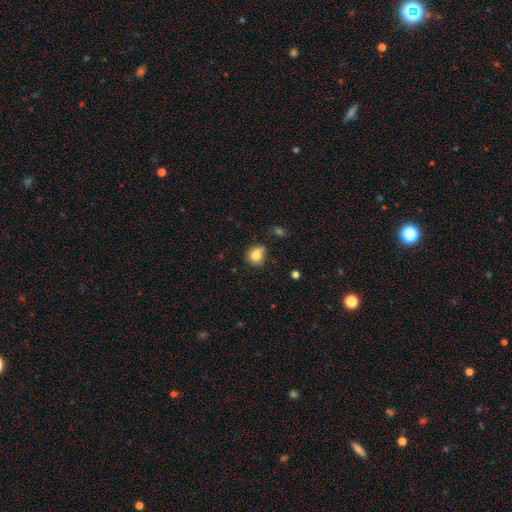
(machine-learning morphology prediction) smooth 78%, featured or disk 11%, star or artifact 11%. Down the decision tree: how rounded — round (75%); merging — none (54%).